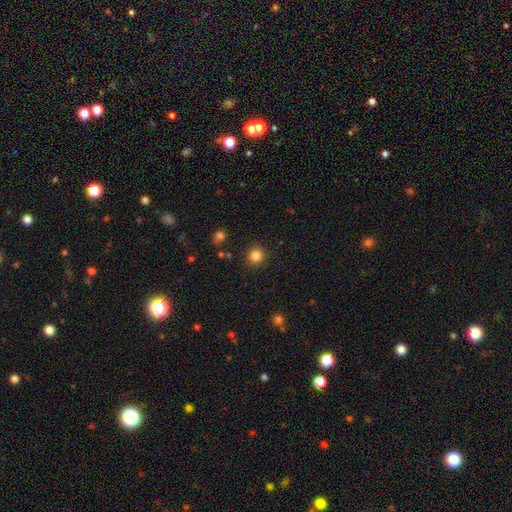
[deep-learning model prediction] This appears to be a smooth galaxy with no disk features (83%) that is round (92%). Merging: none (89%).